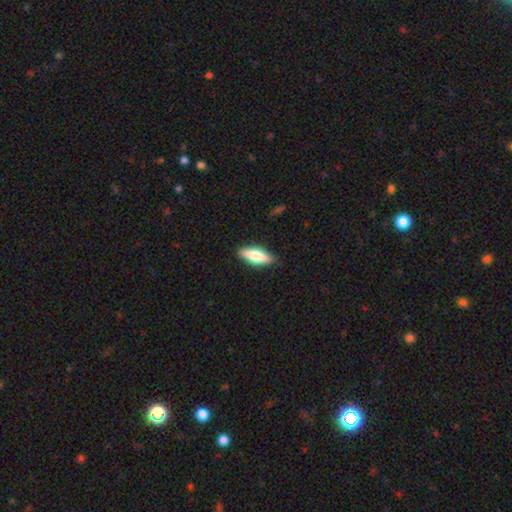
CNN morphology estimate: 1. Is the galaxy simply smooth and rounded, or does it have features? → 62% smooth, 32% featured or disk, 6% star or artifact.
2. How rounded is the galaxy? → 59% in between, 39% cigar-shaped, 2% round.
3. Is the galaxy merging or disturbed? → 87% none, 10% minor disturbance, 2% major disturbance, 1% merger.